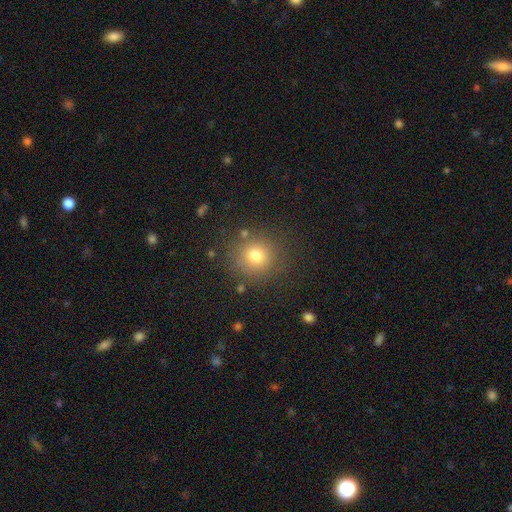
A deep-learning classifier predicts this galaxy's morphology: Smooth or featured? Predicted: smooth (p=0.76). How rounded? Predicted: round (p=0.92). Merging? Predicted: none (p=0.83).